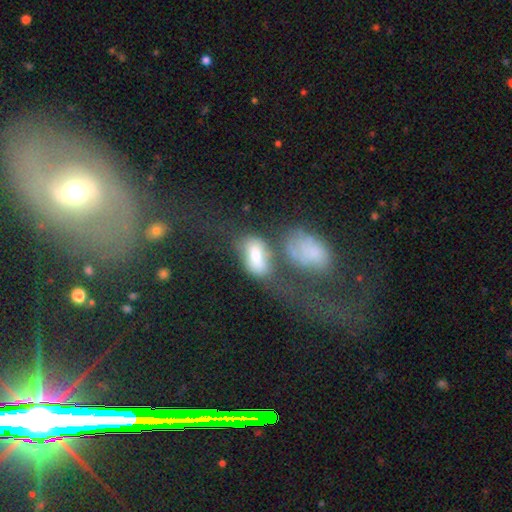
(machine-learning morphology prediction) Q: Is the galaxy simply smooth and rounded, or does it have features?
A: smooth — 62%.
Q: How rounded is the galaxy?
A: in between — 88%.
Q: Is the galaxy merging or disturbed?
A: merger — 31%, tied with none.